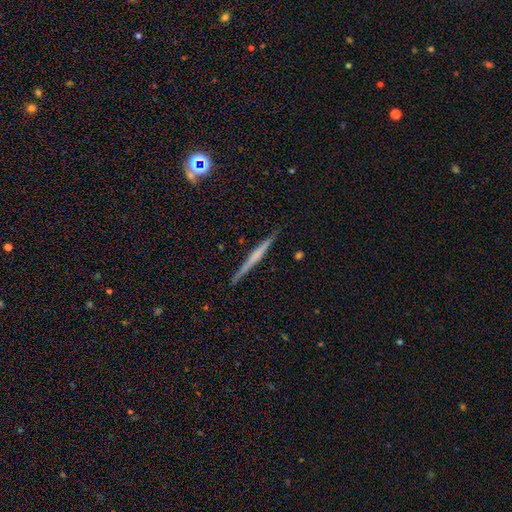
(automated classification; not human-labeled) Overall: featured or disk (63%; smooth 30%). Edge-on disk: yes (98%). Edge-on bulge: none (58%; rounded 24%). Merging: none (90%).